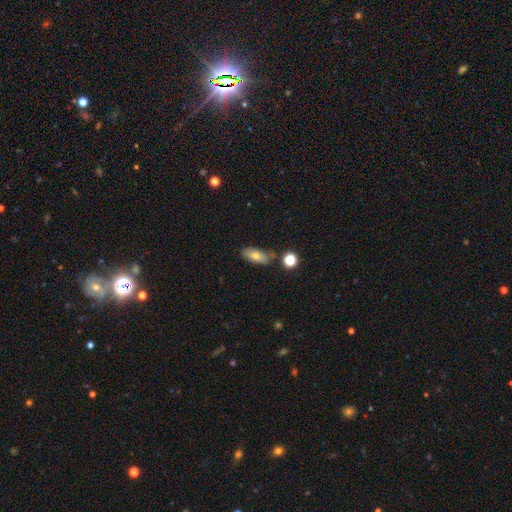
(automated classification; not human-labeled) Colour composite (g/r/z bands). It shows a smooth galaxy with no disk features (75%) that is in between round and cigar-shaped (82%). Merging: none (76%).